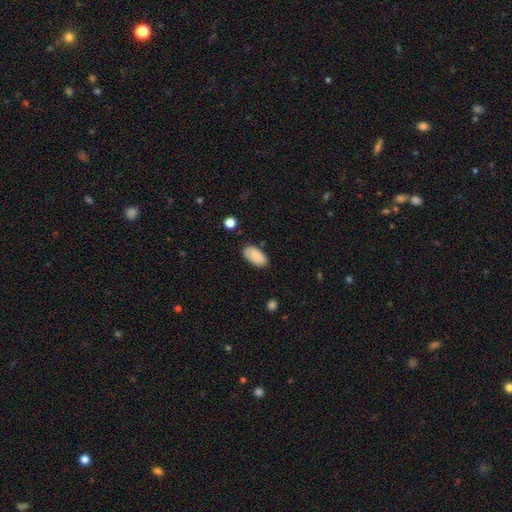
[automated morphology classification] smooth_or_featured: smooth (p=0.83) [alt: featured or disk p=0.10]
how_rounded: in between (p=0.94) [alt: round p=0.03]
merging: none (p=0.80) [alt: minor disturbance p=0.15]